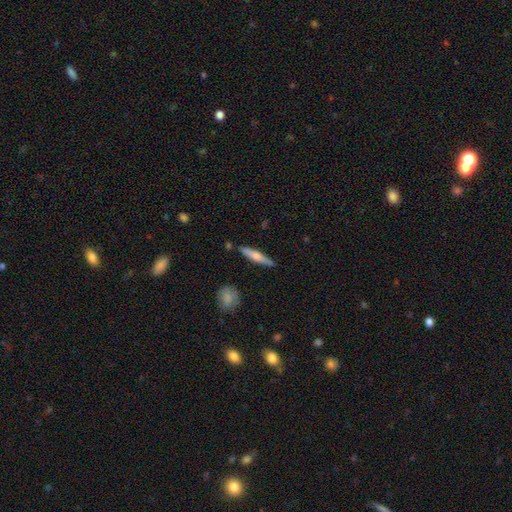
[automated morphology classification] Overall: smooth (55%; featured or disk 39%). How rounded: cigar-shaped (86%). Merging: none (85%).